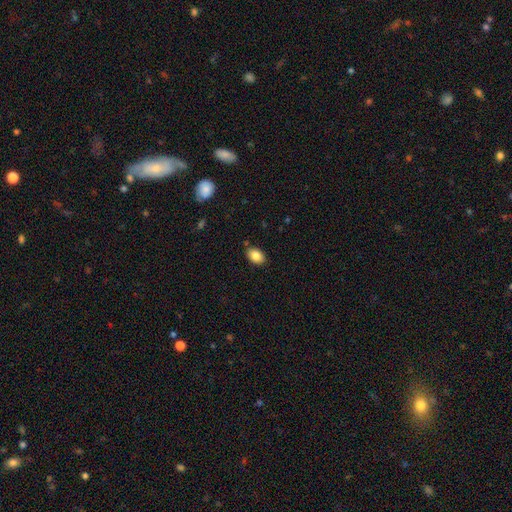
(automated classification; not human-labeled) A smooth galaxy with no disk features (85%) that is in between round and cigar-shaped (83%). Merging: none (85%).